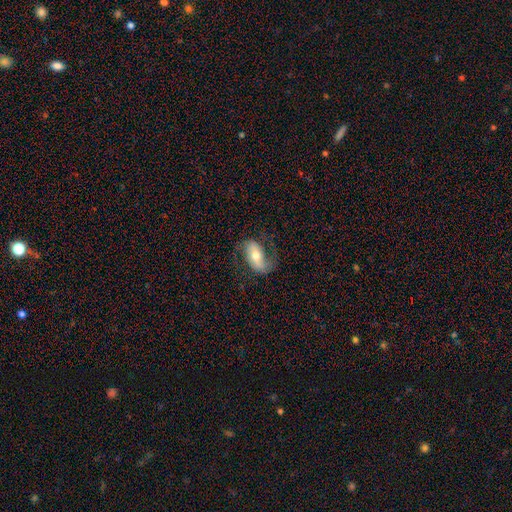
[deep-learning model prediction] Smooth or featured? Predicted: featured or disk (p=0.65). Edge-on disk? Predicted: no (p=0.93). Bar? Predicted: strong (p=0.37). Spiral arms? Predicted: yes (p=0.87). Spiral winding? Predicted: loose (p=0.48). Spiral arm count? Predicted: 2 (p=0.81). Bulge size? Predicted: moderate (p=0.66). Merging? Predicted: none (p=0.67).